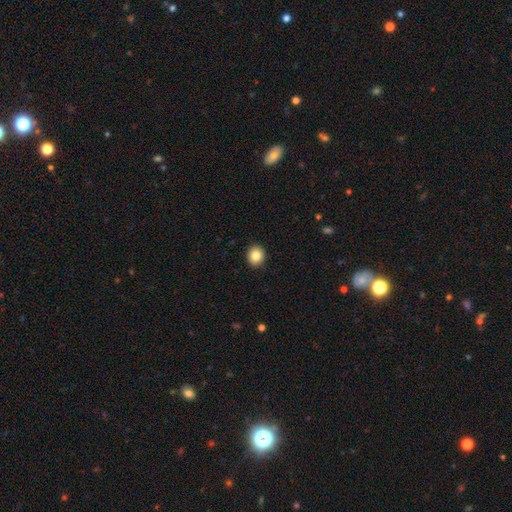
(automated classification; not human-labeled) Morphology: type=smooth (84%); roundness=round (77%); merging=none (92%).